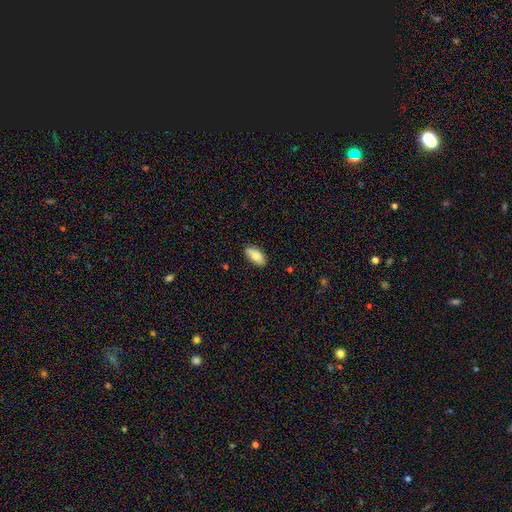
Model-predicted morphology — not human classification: A smooth galaxy with no disk features (83%) that is in between round and cigar-shaped (90%). Merging: none (77%).